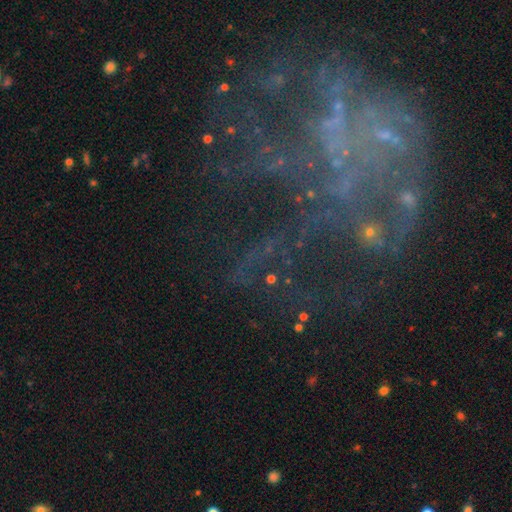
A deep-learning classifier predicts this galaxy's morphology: Smooth or featured: featured or disk — 57% (star or artifact — 31%)
Edge-on disk: no — 97% (yes — 3%)
Bar: no — 83% (weak — 11%)
Spiral arms: no — 68% (yes — 32%)
Bulge size: none — 72% (small — 18%)
Merging: none — 44% (major disturbance — 36%)